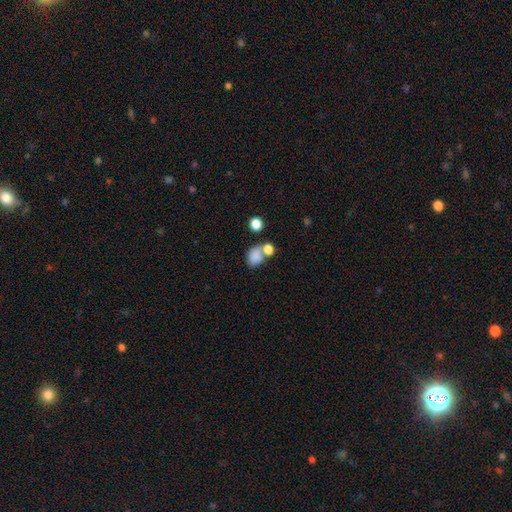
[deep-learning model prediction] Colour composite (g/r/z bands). It shows a smooth galaxy with no disk features (80%) that is in between round and cigar-shaped (63%). Merging: merger (41%).